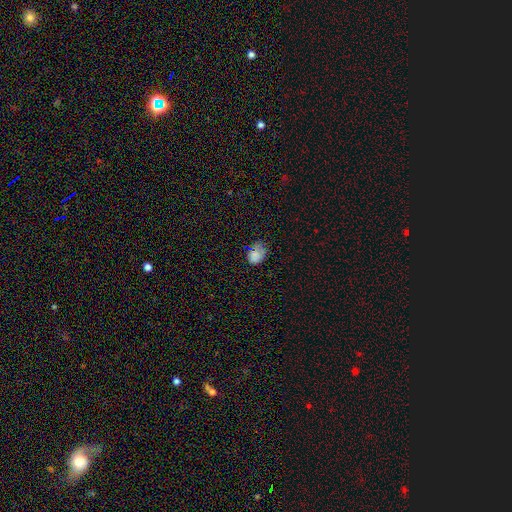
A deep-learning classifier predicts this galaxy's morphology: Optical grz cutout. It shows a smooth galaxy with no disk features (69%) that is in between round and cigar-shaped (66%). Merging: none (69%).